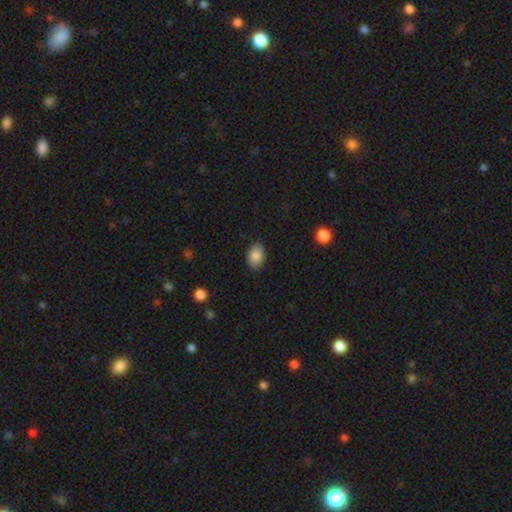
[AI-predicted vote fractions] Smooth or featured? smooth (87%)
How rounded? in between (82%)
Merging? none (87%)